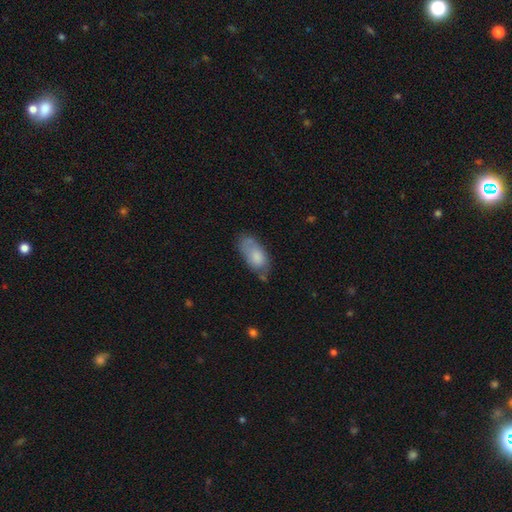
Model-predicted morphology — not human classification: Smooth or featured: smooth — 76% (featured or disk — 18%)
How rounded: in between — 91% (cigar-shaped — 6%)
Merging: none — 53% (minor disturbance — 30%)